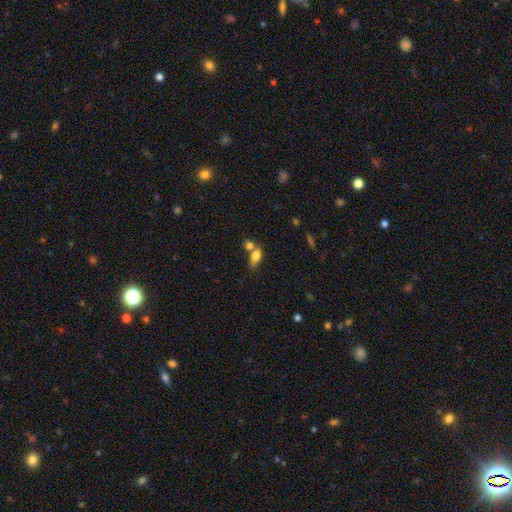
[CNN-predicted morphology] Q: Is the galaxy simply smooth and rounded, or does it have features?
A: smooth — 76%.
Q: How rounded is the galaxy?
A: in between — 80%.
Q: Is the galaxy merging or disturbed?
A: merger — 48%.